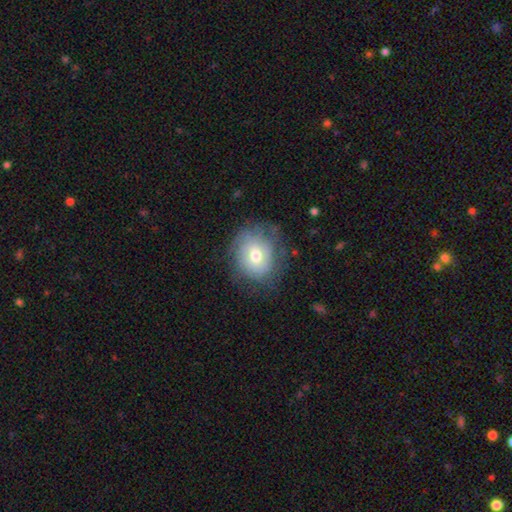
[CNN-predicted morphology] Overall: smooth (58%; featured or disk 33%). How rounded: round (69%; in between 30%). Merging: none (67%).